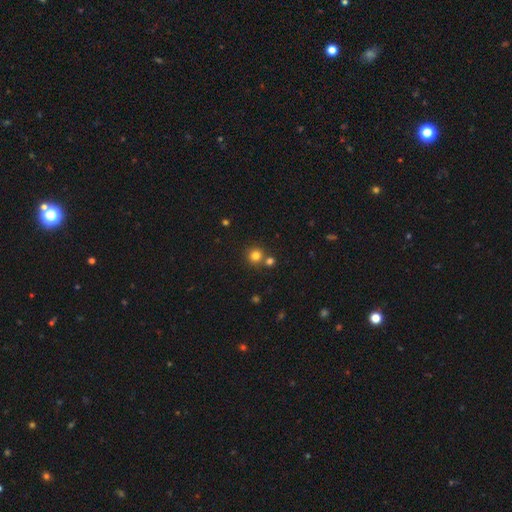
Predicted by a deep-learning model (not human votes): A smooth galaxy with no disk features (79%) that is round (92%). Merging: none (67%).